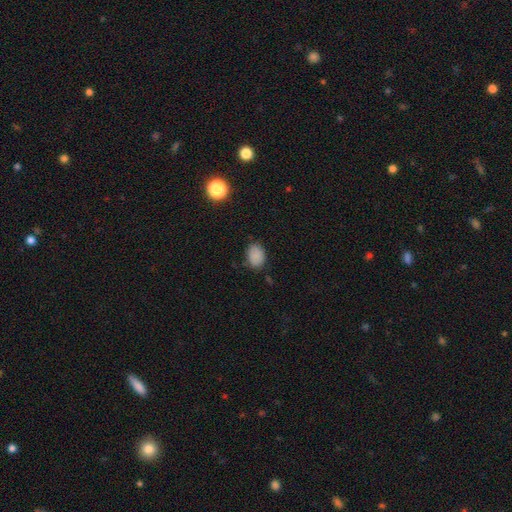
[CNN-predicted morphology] Overall: smooth (86%). How rounded: in between (77%). Merging: none (77%).